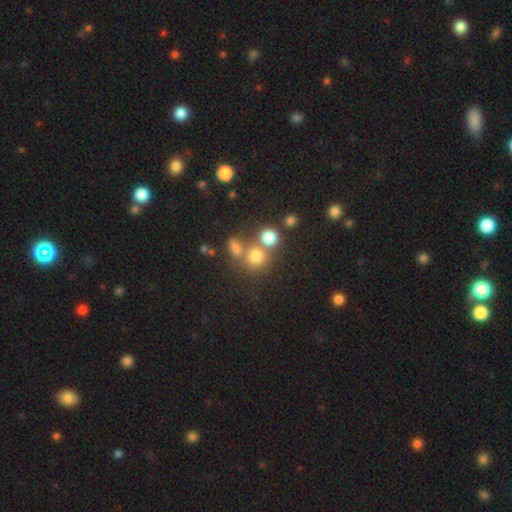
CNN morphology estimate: A smooth galaxy with no disk features (73%) that is round (82%). Merging: none (53%).